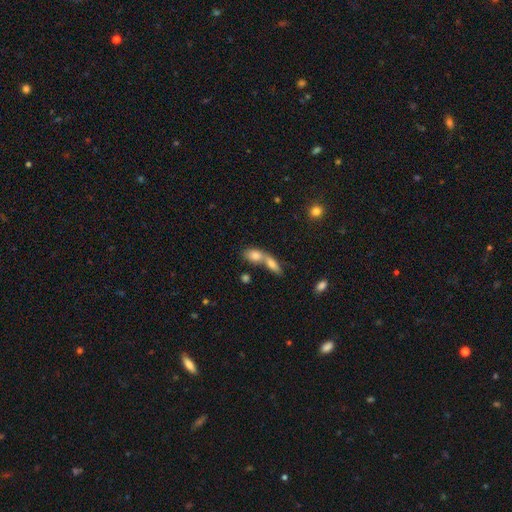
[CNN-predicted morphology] type=smooth (65%); roundness=in between (69%); merging=merger (63%).